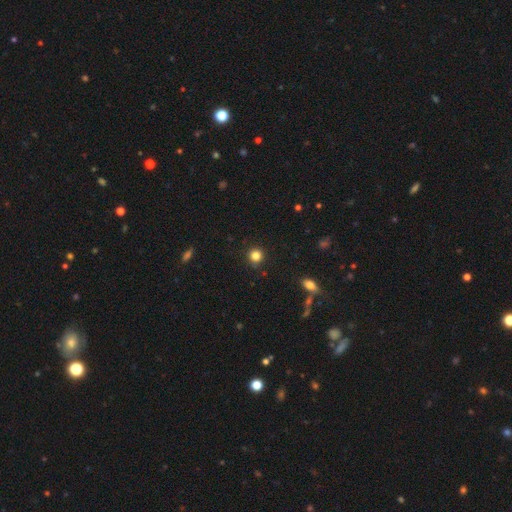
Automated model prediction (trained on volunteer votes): This appears to be a smooth galaxy with no disk features (84%) that is round (93%). Merging: none (89%).